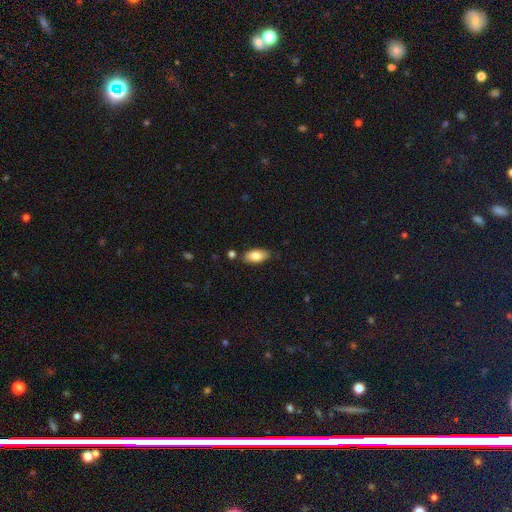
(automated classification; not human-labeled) Smooth or featured? smooth (82%)
How rounded? in between (91%)
Merging? none (82%)